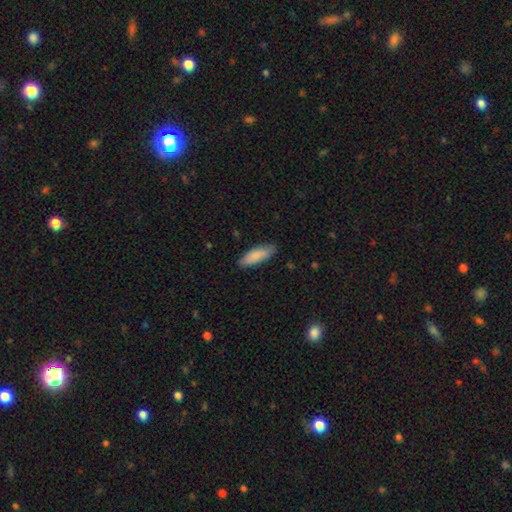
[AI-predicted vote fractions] Overall: smooth (87%). How rounded: in between (64%; cigar-shaped 35%). Merging: none (83%).